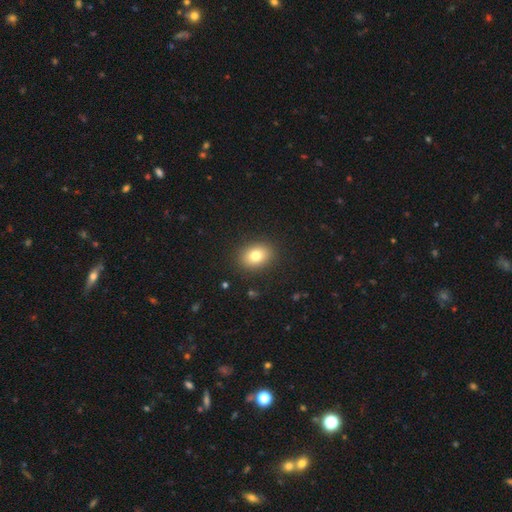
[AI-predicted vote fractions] smooth-or-featured: smooth: 78% | featured or disk: 11% | star or artifact: 11%
  how-rounded: in between: 60% | round: 39% | cigar-shaped: 1%
  merging: none: 89% | minor disturbance: 7% | major disturbance: 3% | merger: 1%